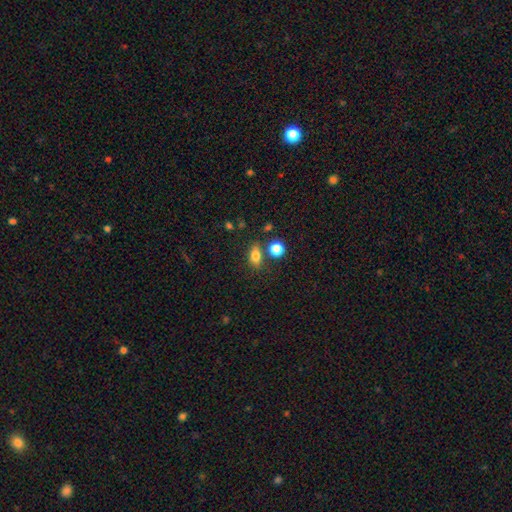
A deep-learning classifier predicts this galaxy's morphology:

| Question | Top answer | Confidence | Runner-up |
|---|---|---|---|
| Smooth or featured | smooth | 79% | star or artifact (12%) |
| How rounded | in between | 75% | round (20%) |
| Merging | none | 70% | minor disturbance (14%) |